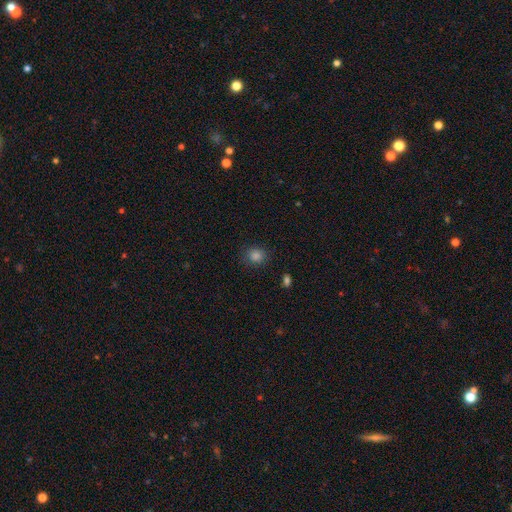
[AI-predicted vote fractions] Smooth or featured: smooth — 82% (star or artifact — 13%)
How rounded: round — 81% (in between — 18%)
Merging: none — 86% (minor disturbance — 10%)